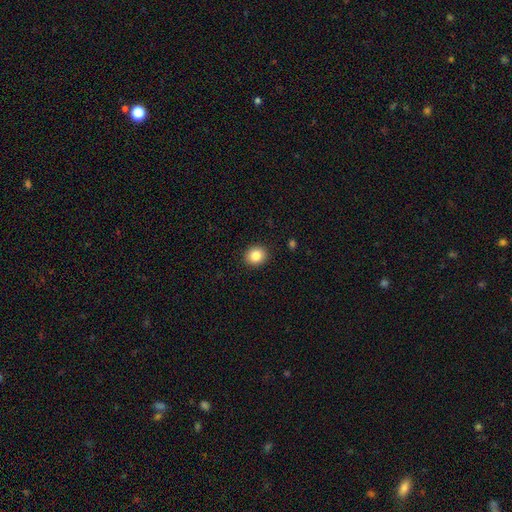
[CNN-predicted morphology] Smooth or featured? Predicted: smooth (p=0.84). How rounded? Predicted: round (p=0.80). Merging? Predicted: none (p=0.92).